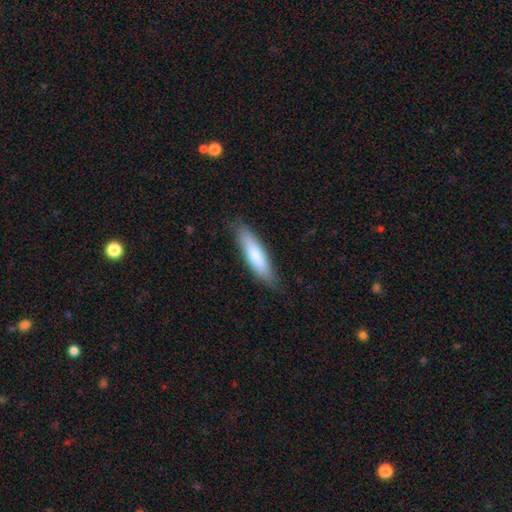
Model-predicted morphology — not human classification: Smooth or featured: smooth — 76% (featured or disk — 19%)
How rounded: cigar-shaped — 71% (in between — 27%)
Merging: none — 83% (minor disturbance — 13%)